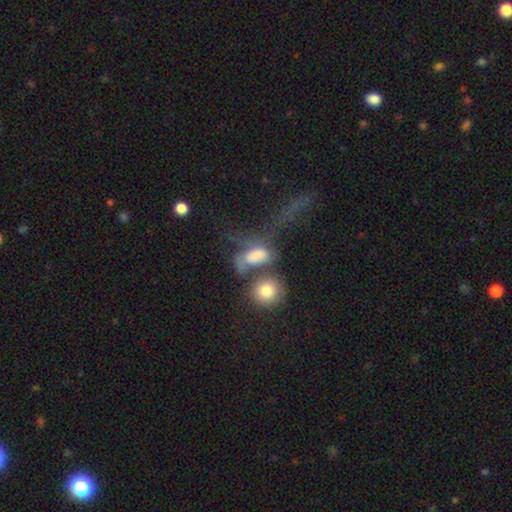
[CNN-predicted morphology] This is likely a smooth galaxy (64%). How rounded: clearly in between (81%). Merging: marginally merger (42%).